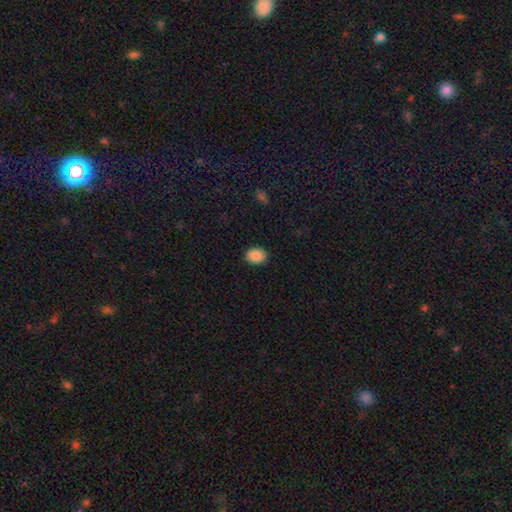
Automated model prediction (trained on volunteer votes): This appears to be a smooth galaxy with no disk features (89%) that is in between round and cigar-shaped (62%). Merging: none (89%).